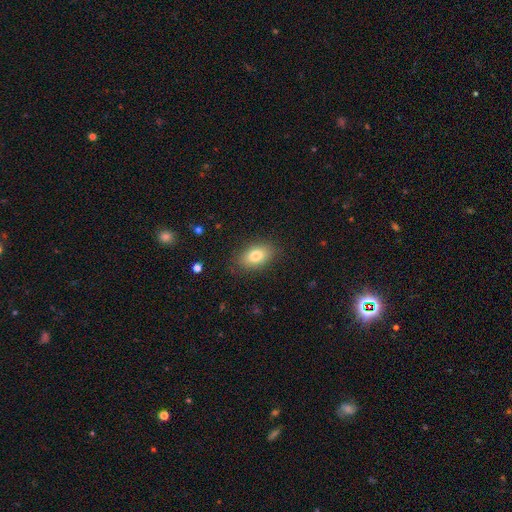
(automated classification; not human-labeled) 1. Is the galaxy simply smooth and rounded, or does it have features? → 80% smooth, 12% featured or disk, 8% star or artifact.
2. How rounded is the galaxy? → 88% in between, 10% round, 2% cigar-shaped.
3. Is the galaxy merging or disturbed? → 84% none, 11% minor disturbance, 3% major disturbance, 1% merger.